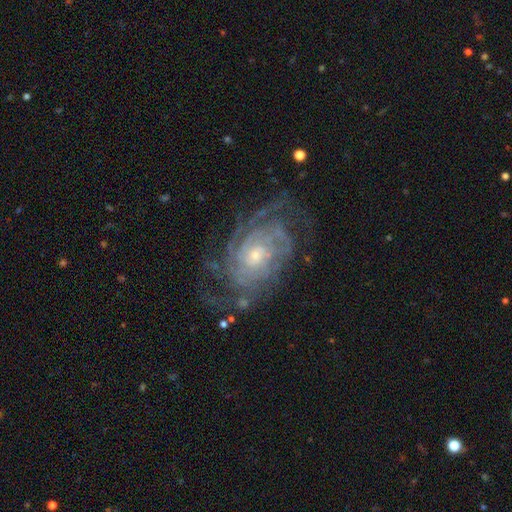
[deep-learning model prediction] smooth_or_featured: featured or disk (p=0.88) [alt: star or artifact p=0.06]
disk_edge_on: no (p=0.97) [alt: yes p=0.03]
bar: no (p=0.73) [alt: weak p=0.21]
has_spiral_arms: yes (p=0.97) [alt: no p=0.03]
spiral_winding: tight (p=0.72) [alt: medium p=0.23]
spiral_arm_count: can't tell (p=0.32) [alt: 4 p=0.20]
bulge_size: small (p=0.61) [alt: moderate p=0.34]
merging: none (p=0.68) [alt: minor disturbance p=0.19]